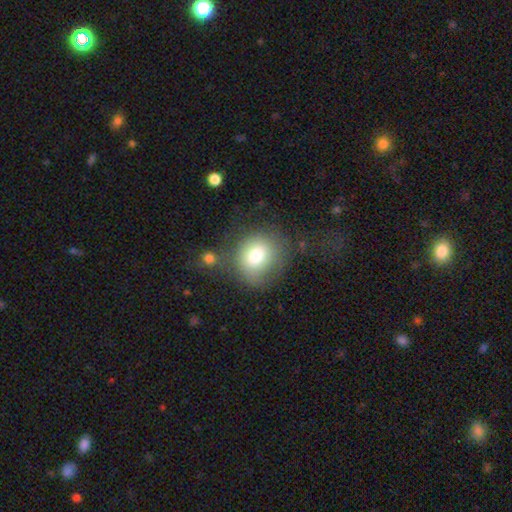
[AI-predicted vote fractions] Overall: smooth (76%). How rounded: round (66%; in between 33%). Merging: none (56%; minor disturbance 21%).